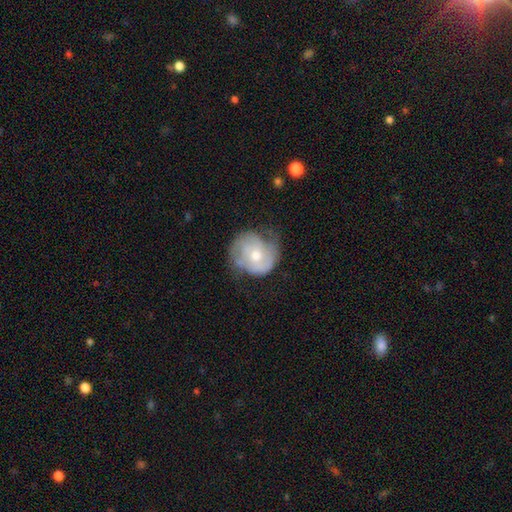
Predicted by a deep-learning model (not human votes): Overall: featured or disk (62%; smooth 31%). Edge-on disk: no (97%). Bar: no (74%). Spiral arms: yes (79%). Bulge size: moderate (62%; small 32%). Merging: none (50%; minor disturbance 31%).